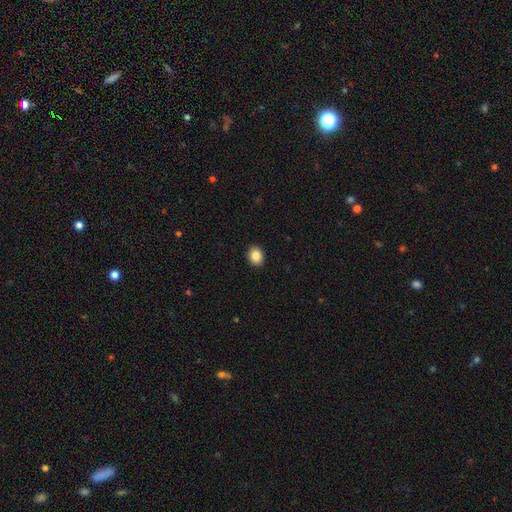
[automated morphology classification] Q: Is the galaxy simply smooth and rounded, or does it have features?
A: smooth — 87%.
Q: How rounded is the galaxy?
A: round — 54%.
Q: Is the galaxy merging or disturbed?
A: none — 92%.